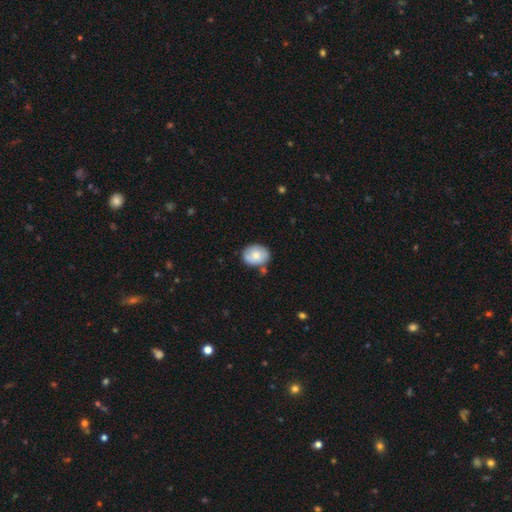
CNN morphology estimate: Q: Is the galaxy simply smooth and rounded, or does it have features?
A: smooth — 72%.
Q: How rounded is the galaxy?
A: in between — 55%.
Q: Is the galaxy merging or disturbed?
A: none — 66%.